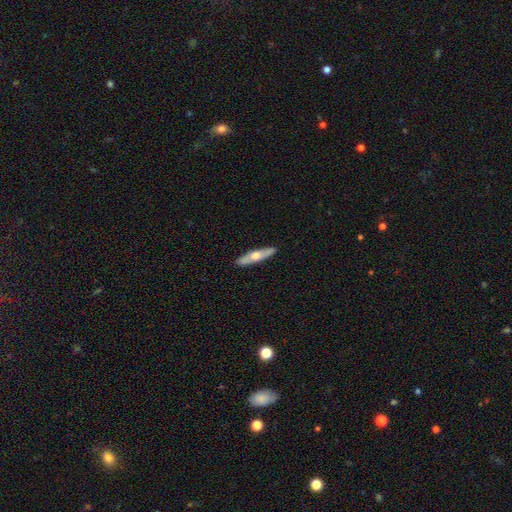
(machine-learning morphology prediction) smooth-or-featured: featured or disk: 48% | smooth: 47% | star or artifact: 5%
  merging: none: 90% | minor disturbance: 8% | major disturbance: 2% | merger: 1%